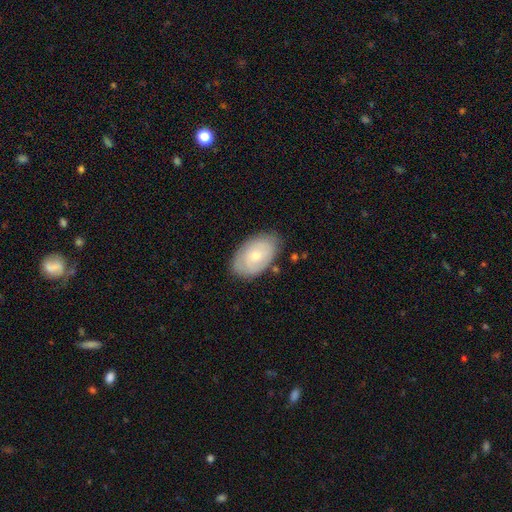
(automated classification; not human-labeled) smooth-or-featured: smooth: 53% | featured or disk: 41% | star or artifact: 6%
  how-rounded: in between: 91% | round: 8% | cigar-shaped: 1%
  merging: none: 77% | minor disturbance: 17% | major disturbance: 4% | merger: 2%